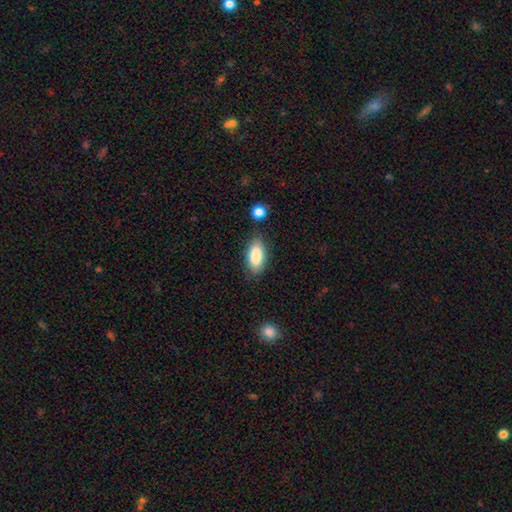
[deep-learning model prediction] Smooth or featured?
  - smooth: 86% *
  - featured or disk: 8%
  - star or artifact: 7%
How rounded?
  - in between: 89% *
  - cigar-shaped: 8%
  - round: 3%
Merging?
  - none: 80% *
  - minor disturbance: 13%
  - merger: 4%
  - major disturbance: 3%